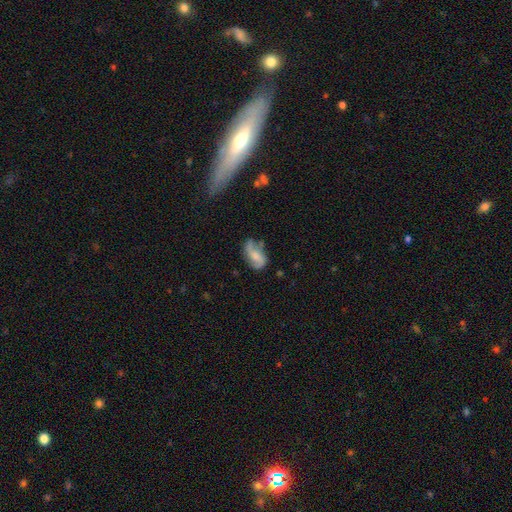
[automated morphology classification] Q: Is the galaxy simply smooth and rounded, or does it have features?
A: featured or disk — 62%.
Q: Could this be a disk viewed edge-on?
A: no — 96%.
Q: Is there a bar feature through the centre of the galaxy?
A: no — 53%.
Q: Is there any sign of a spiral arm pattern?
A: yes — 89%.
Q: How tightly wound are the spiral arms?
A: loose — 59%.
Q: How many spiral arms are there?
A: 2 — 85%.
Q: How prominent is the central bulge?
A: moderate — 36%.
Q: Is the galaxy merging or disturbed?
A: none — 58%.